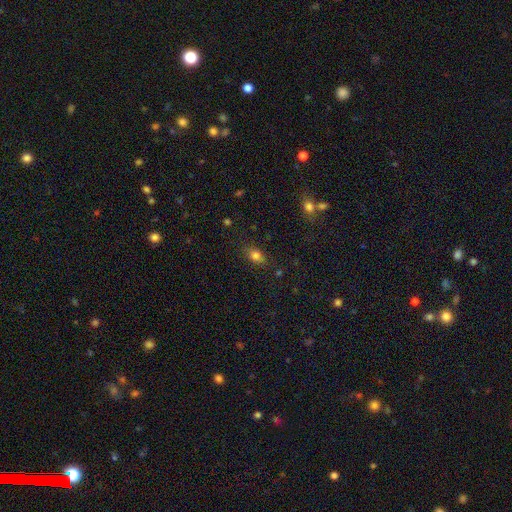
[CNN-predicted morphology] This appears to be a smooth galaxy with no disk features (78%) that is in between round and cigar-shaped (68%). Merging: none (80%).